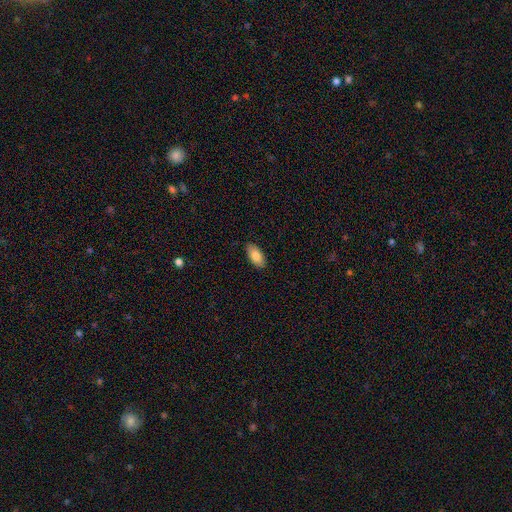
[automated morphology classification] smooth 83%, featured or disk 11%, star or artifact 6%. Down the decision tree: how rounded — in between (92%); merging — none (88%).